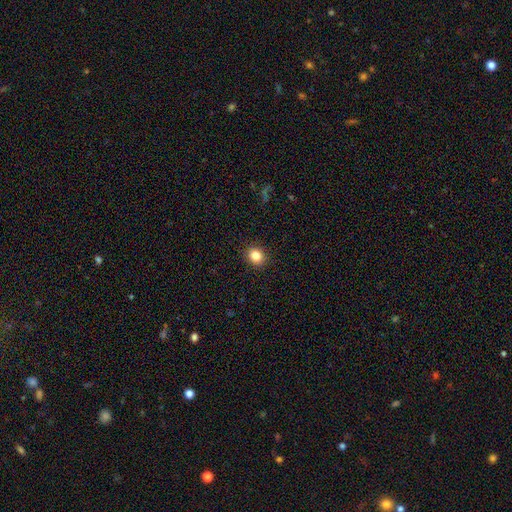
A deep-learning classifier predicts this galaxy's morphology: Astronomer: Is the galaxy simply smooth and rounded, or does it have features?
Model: smooth — 84%.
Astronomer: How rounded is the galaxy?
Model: round — 74%.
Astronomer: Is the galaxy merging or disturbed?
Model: none — 91%.